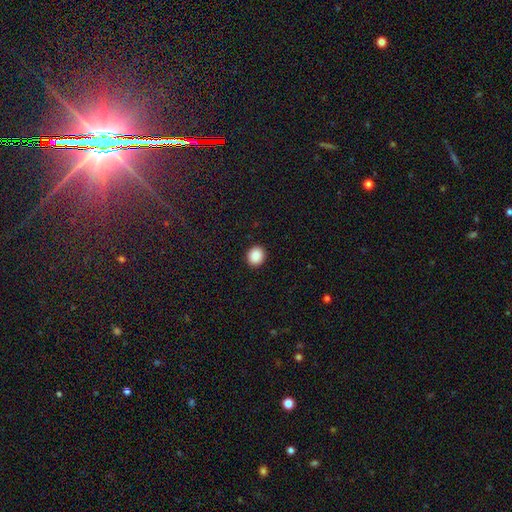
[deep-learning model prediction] Overall: smooth (89%). How rounded: round (81%). Merging: none (93%).